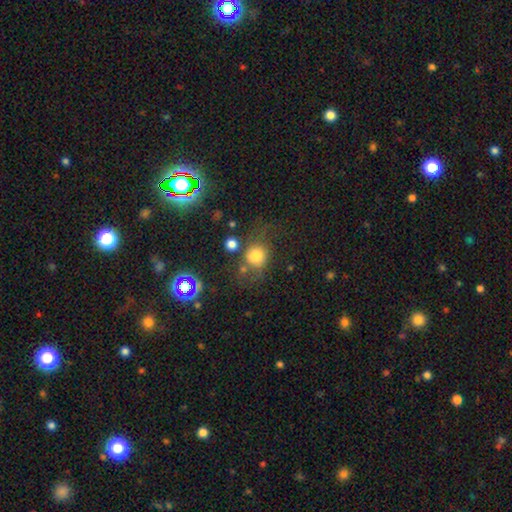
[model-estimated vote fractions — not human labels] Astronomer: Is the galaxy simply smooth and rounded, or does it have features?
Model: smooth — 73%.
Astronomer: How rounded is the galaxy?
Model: round — 64%.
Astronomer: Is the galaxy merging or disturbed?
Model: none — 50%.